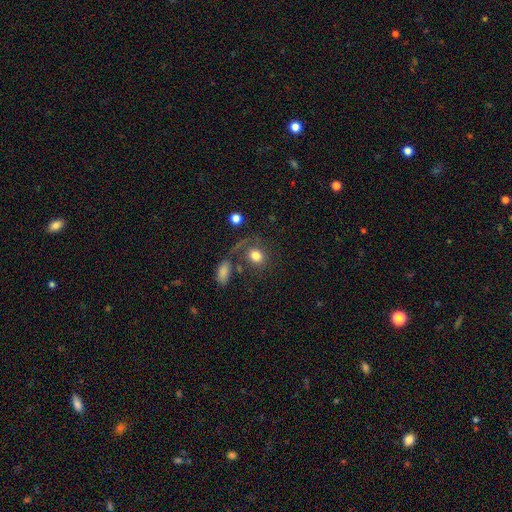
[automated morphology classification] A smooth galaxy with no disk features (78%) that is round (60%). Merging: none (54%).